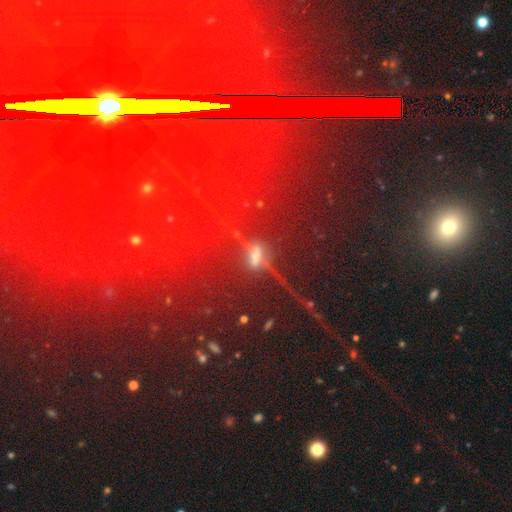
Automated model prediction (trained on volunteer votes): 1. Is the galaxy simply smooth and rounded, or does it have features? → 46% star or artifact, 31% featured or disk, 23% smooth.